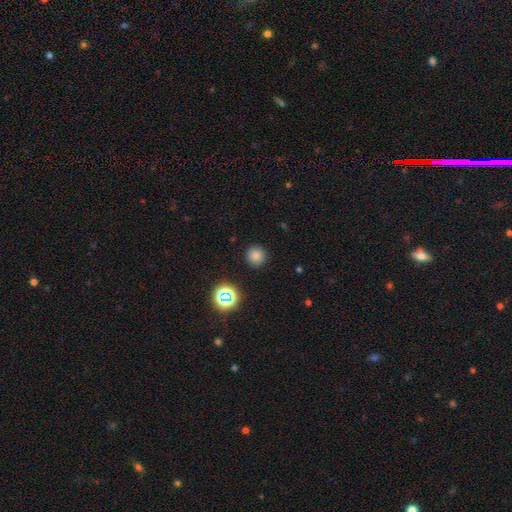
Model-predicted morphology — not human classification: Smooth or featured? Predicted: smooth (p=0.77). How rounded? Predicted: round (p=0.95). Merging? Predicted: none (p=0.90).